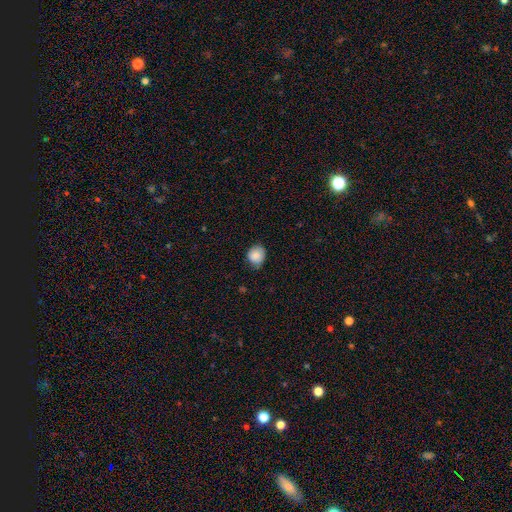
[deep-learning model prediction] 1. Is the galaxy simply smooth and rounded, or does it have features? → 86% smooth, 8% star or artifact, 6% featured or disk.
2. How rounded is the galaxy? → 73% round, 26% in between, 1% cigar-shaped.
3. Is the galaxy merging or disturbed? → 73% none, 22% minor disturbance, 3% major disturbance, 1% merger.